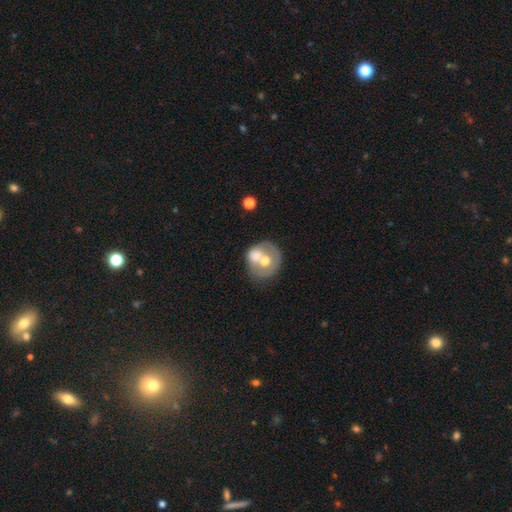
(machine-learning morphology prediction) smooth-or-featured: smooth: 47% | featured or disk: 46% | star or artifact: 7%
  merging: merger: 51% | none: 30% | minor disturbance: 12% | major disturbance: 7%